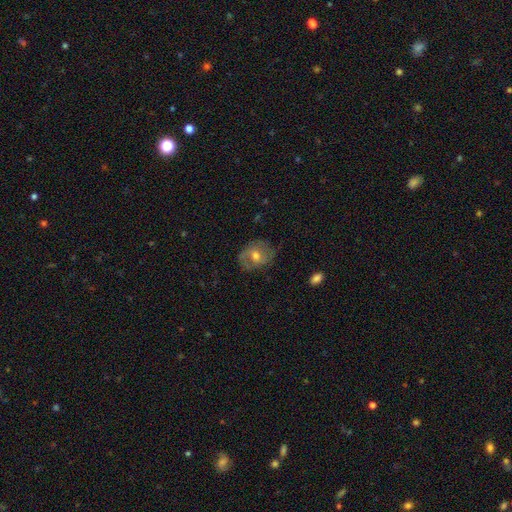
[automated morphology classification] Smooth or featured?
  - featured or disk: 56% *
  - smooth: 36%
  - star or artifact: 8%
Edge-on disk?
  - no: 96% *
  - yes: 4%
Bar?
  - no: 55% *
  - weak: 37%
  - strong: 9%
Spiral arms?
  - yes: 72% *
  - no: 28%
Bulge size?
  - moderate: 70% *
  - small: 23%
  - large: 5%
  - none: 1%
  - dominant: 1%
Merging?
  - none: 68% *
  - minor disturbance: 21%
  - major disturbance: 9%
  - merger: 1%